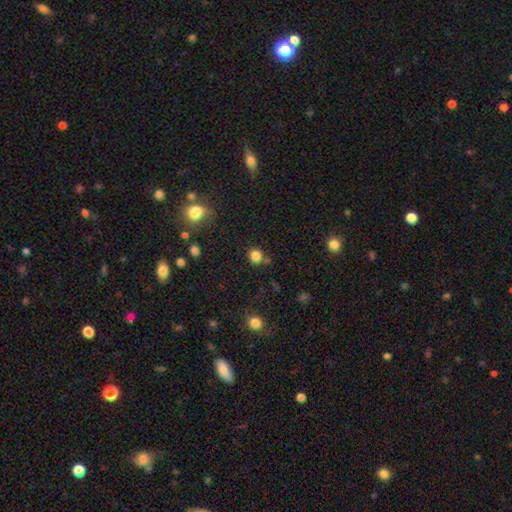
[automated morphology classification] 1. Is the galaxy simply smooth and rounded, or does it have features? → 83% smooth, 13% star or artifact, 4% featured or disk.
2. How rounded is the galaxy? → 87% round, 12% in between, 1% cigar-shaped.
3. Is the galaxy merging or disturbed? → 78% none, 11% minor disturbance, 8% merger, 4% major disturbance.